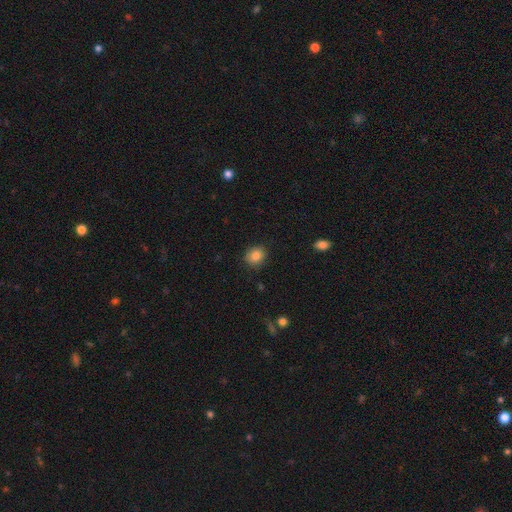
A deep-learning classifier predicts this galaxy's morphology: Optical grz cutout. It shows a smooth galaxy with no disk features (84%) that is round (77%). Merging: none (85%).